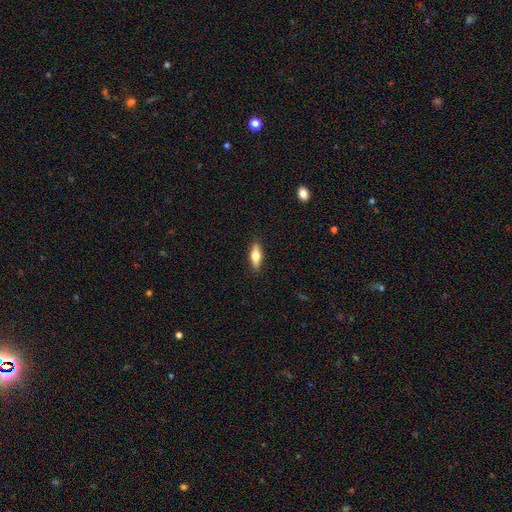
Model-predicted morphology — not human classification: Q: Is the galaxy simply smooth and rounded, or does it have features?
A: smooth — 58%.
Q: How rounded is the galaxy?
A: in between — 57%.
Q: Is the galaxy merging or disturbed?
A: none — 89%.